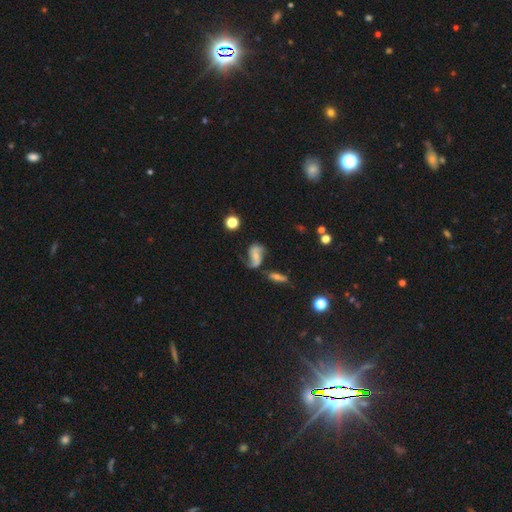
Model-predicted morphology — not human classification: This is likely a featured or disk galaxy (69%). It is clearly not viewed edge-on (96%). Bar: possibly no (53%). Spiral arm pattern: clearly yes (90%). Spiral arm count: clearly 2 (80%). Spiral winding: possibly loose (56%). Central bulge: possibly small (55%). Merging: possibly none (47%).